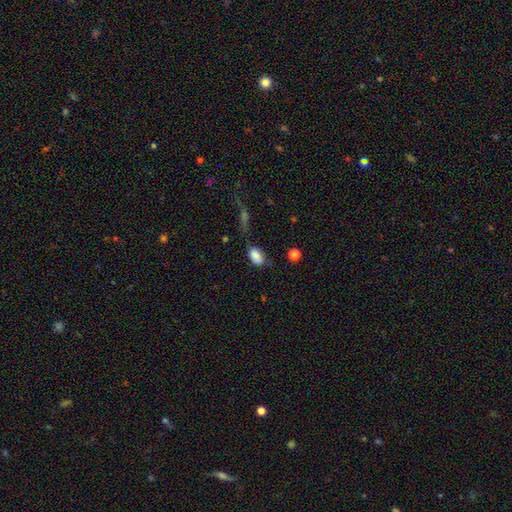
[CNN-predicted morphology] smooth_or_featured: smooth (p=0.80) [alt: featured or disk p=0.11]
how_rounded: in between (p=0.89) [alt: round p=0.09]
merging: none (p=0.44) [alt: minor disturbance p=0.30]